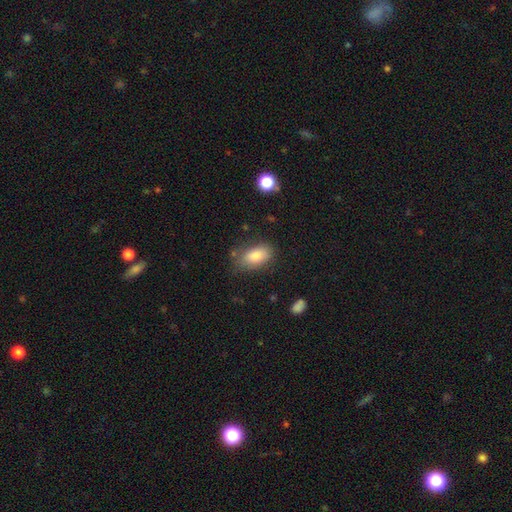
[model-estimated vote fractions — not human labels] This appears to be a smooth galaxy with no disk features (82%) that is in between round and cigar-shaped (90%). Merging: none (74%).